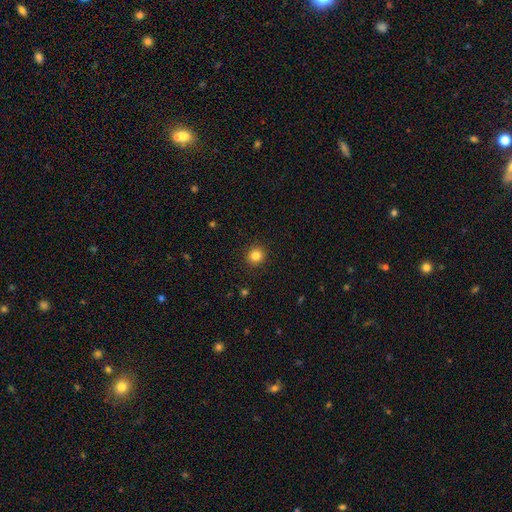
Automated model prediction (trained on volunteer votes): Smooth or featured? Predicted: smooth (p=0.84). How rounded? Predicted: round (p=0.91). Merging? Predicted: none (p=0.92).